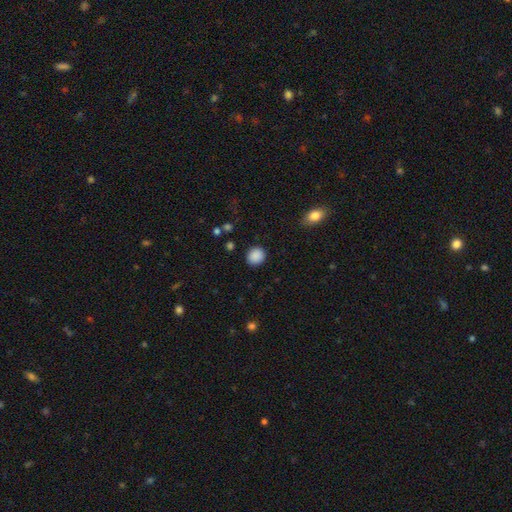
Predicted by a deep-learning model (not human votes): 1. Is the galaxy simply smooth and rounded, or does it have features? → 89% smooth, 9% star or artifact, 3% featured or disk.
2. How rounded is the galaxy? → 83% round, 16% in between, 1% cigar-shaped.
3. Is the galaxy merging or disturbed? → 89% none, 7% minor disturbance, 2% major disturbance, 1% merger.